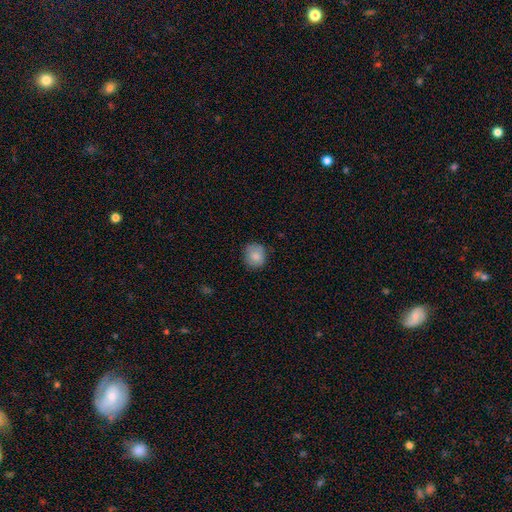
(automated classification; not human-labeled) A smooth galaxy with no disk features (83%) that is round (81%).

Vote fractions:
- Smooth or featured? smooth: 83% / featured or disk: 8% / star or artifact: 8%
- How rounded? round: 81% / in between: 18% / cigar-shaped: 1%
- Merging? none: 77% / minor disturbance: 18% / major disturbance: 4% / merger: 1%